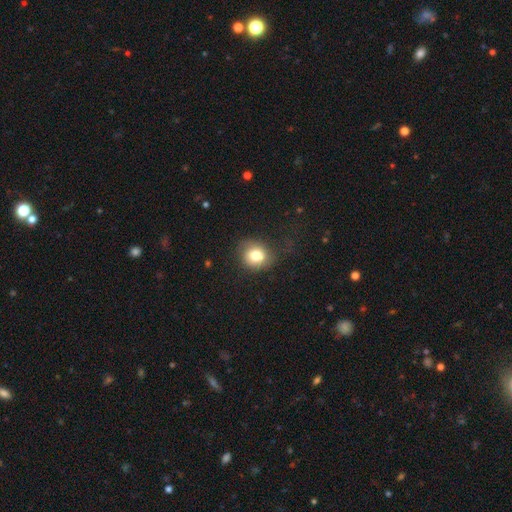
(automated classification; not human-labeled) smooth-or-featured: smooth: 79% | featured or disk: 11% | star or artifact: 10%
  how-rounded: round: 73% | in between: 26% | cigar-shaped: 1%
  merging: none: 67% | minor disturbance: 21% | major disturbance: 11% | merger: 1%